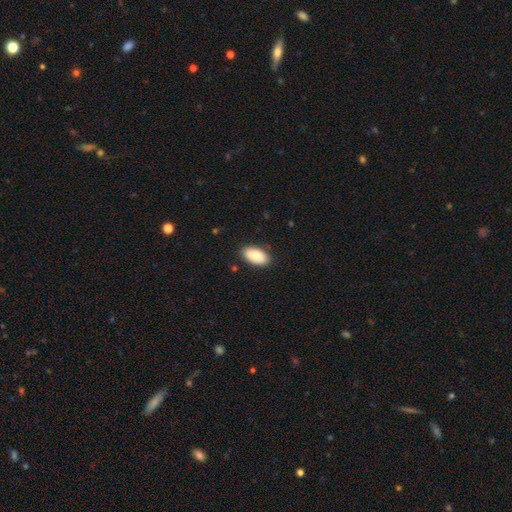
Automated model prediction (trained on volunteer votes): The model was most divided on "merging": none: 87%, minor disturbance: 10%, major disturbance: 2%, merger: 1%. More confident: how rounded — in between (94%); smooth or featured — smooth (86%).